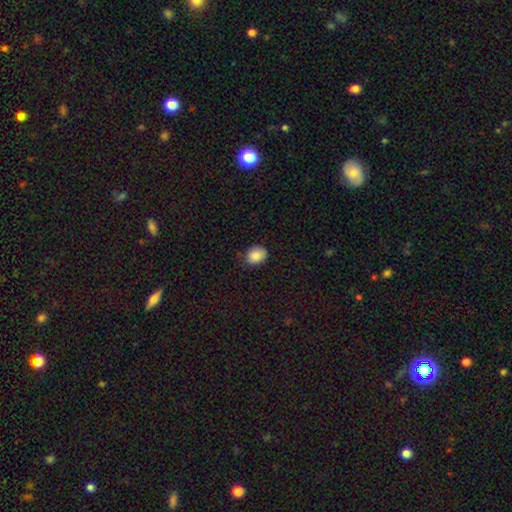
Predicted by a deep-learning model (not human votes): This is clearly a smooth galaxy (87%). How rounded: possibly round (52%). Merging: likely none (75%).